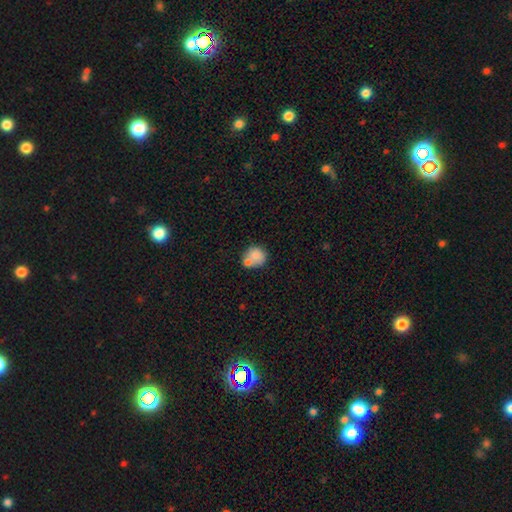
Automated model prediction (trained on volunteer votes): A smooth galaxy with no disk features (79%) that is round (80%). Merging: none (45%).